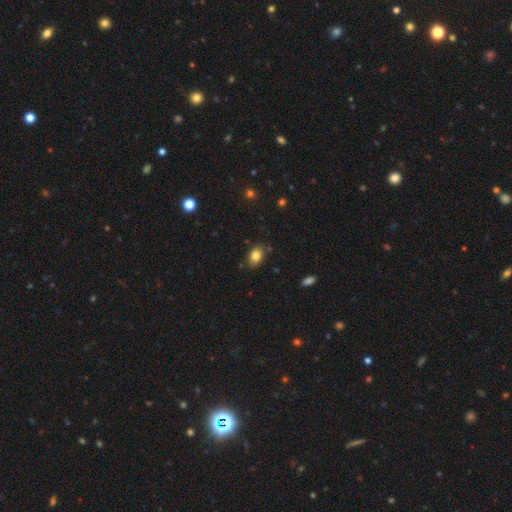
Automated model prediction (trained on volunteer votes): smooth-or-featured: smooth: 82% | star or artifact: 9% | featured or disk: 9%
  how-rounded: in between: 82% | round: 17% | cigar-shaped: 1%
  merging: none: 82% | minor disturbance: 13% | merger: 3% | major disturbance: 3%